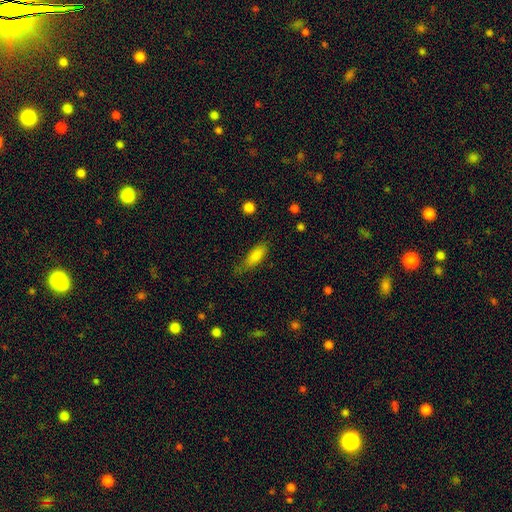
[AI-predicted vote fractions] smooth 85%, featured or disk 8%, star or artifact 8%. Down the decision tree: how rounded — in between (69%); merging — none (59%).